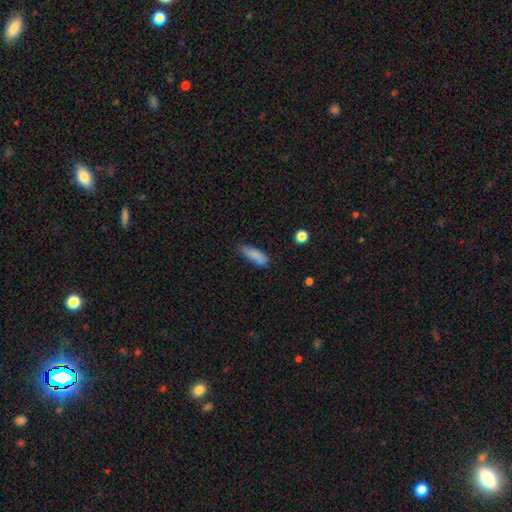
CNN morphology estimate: Smooth or featured?
  - smooth: 83% *
  - featured or disk: 9%
  - star or artifact: 8%
How rounded?
  - in between: 63% *
  - cigar-shaped: 35%
  - round: 2%
Merging?
  - none: 58% *
  - minor disturbance: 30%
  - major disturbance: 8%
  - merger: 4%